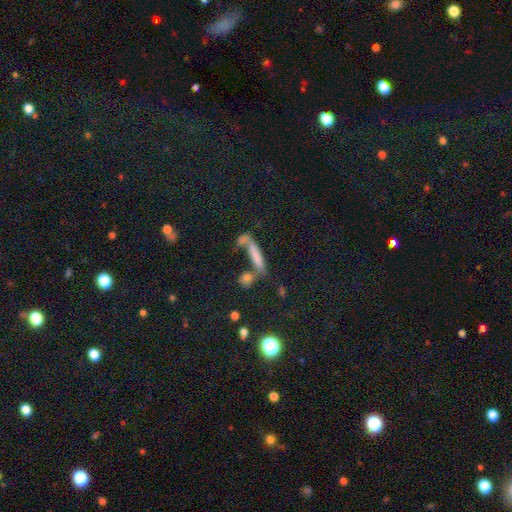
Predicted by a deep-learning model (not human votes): The model was most divided on "merging": none: 40%, merger: 35%, minor disturbance: 13%, major disturbance: 13%. More confident: how rounded — cigar-shaped (77%); smooth or featured — smooth (62%).